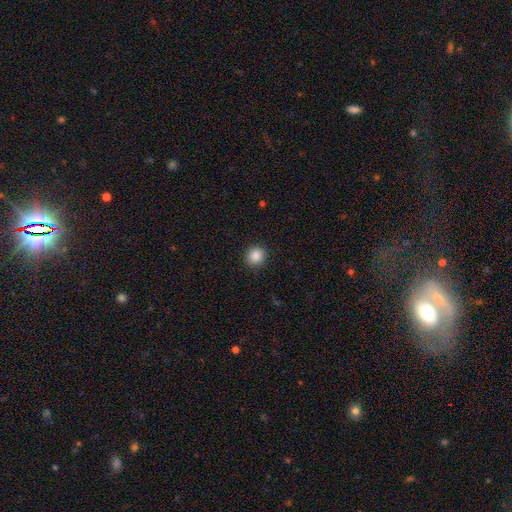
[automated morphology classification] Smooth or featured? smooth (87%)
How rounded? round (89%)
Merging? none (91%)